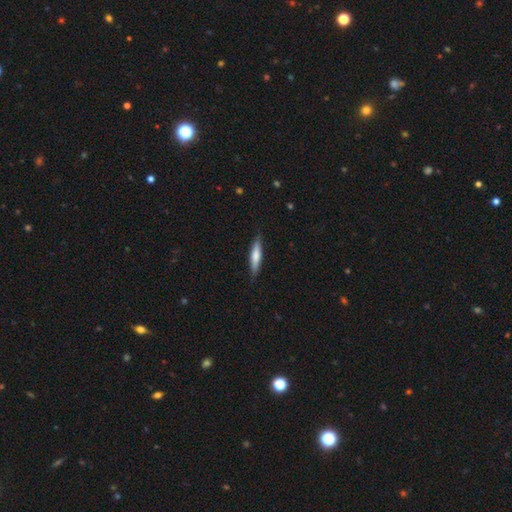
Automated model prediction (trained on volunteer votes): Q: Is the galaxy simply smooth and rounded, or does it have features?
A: smooth — 63%.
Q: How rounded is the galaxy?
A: cigar-shaped — 85%.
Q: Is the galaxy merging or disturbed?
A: none — 86%.